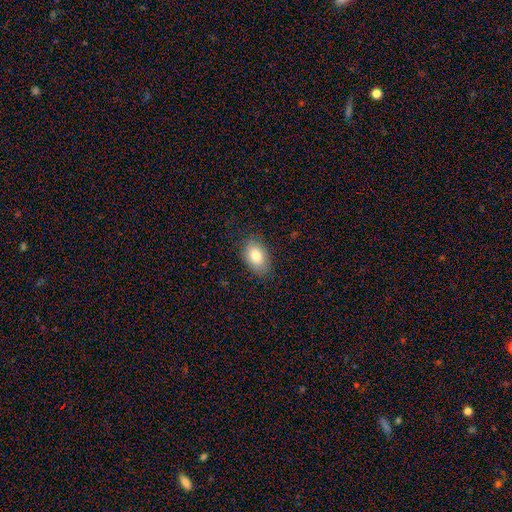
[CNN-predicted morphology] This is clearly a smooth galaxy (83%). How rounded: clearly in between (89%). Merging: clearly none (82%).